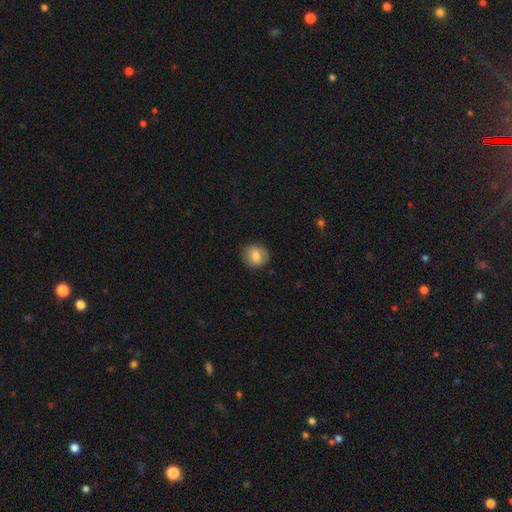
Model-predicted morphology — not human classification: Smooth or featured? Predicted: smooth (p=0.76). How rounded? Predicted: round (p=0.78). Merging? Predicted: none (p=0.83).